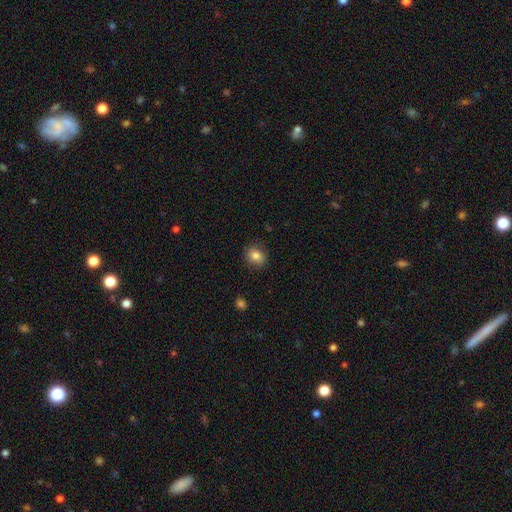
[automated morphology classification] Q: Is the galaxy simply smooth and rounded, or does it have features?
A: smooth — 82%.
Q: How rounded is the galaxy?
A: round — 71%.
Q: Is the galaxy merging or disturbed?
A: none — 85%.